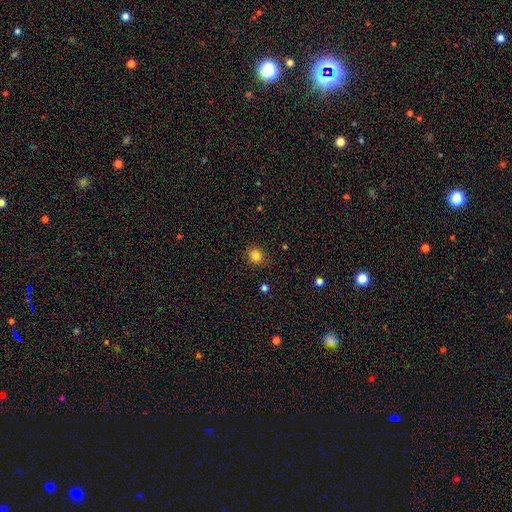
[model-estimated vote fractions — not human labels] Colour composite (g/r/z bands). It shows a smooth galaxy with no disk features (83%) that is round (79%). Merging: none (87%).